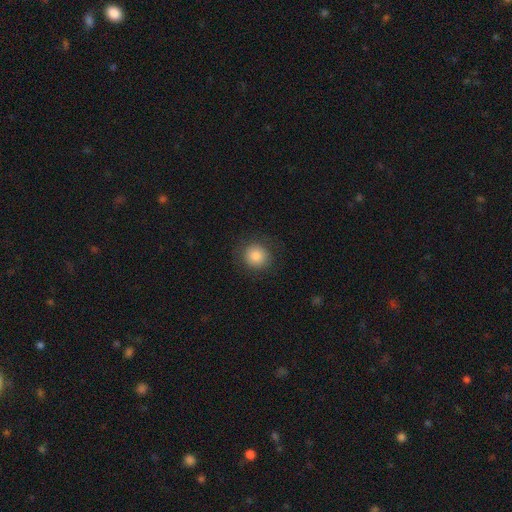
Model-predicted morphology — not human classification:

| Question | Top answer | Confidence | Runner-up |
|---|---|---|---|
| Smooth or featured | smooth | 85% | star or artifact (9%) |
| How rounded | round | 91% | in between (8%) |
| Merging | none | 87% | minor disturbance (9%) |